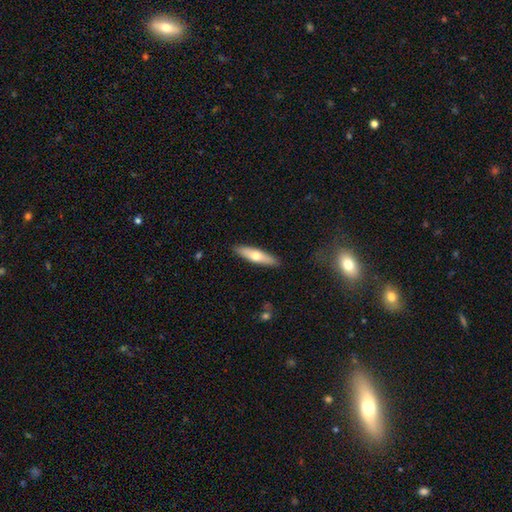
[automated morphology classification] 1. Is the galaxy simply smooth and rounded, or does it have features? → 56% smooth, 39% featured or disk, 5% star or artifact.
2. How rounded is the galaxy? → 73% cigar-shaped, 25% in between, 2% round.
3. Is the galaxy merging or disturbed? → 89% none, 8% minor disturbance, 2% major disturbance, 1% merger.